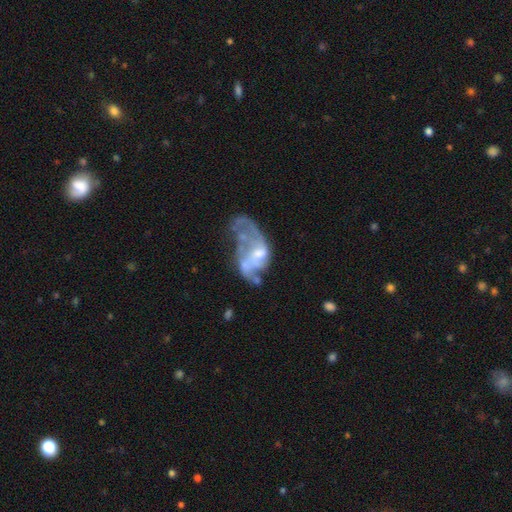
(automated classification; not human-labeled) A featured or disk galaxy (73%) with no bar (64%), spiral arms (54%) and a moderate central bulge (37%). Merging: major disturbance (39%).